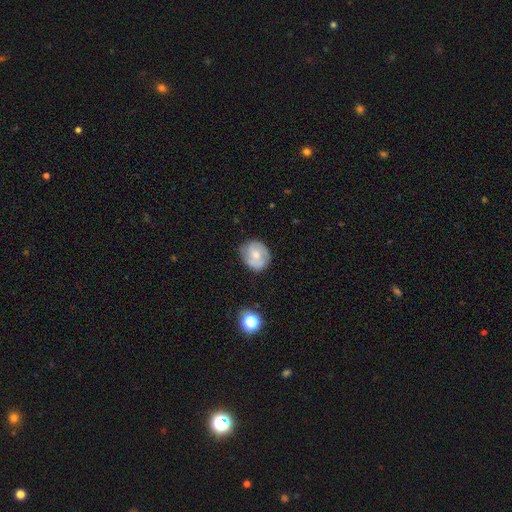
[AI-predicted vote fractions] Smooth or featured? Predicted: smooth (p=0.51). How rounded? Predicted: round (p=0.69). Merging? Predicted: none (p=0.66).